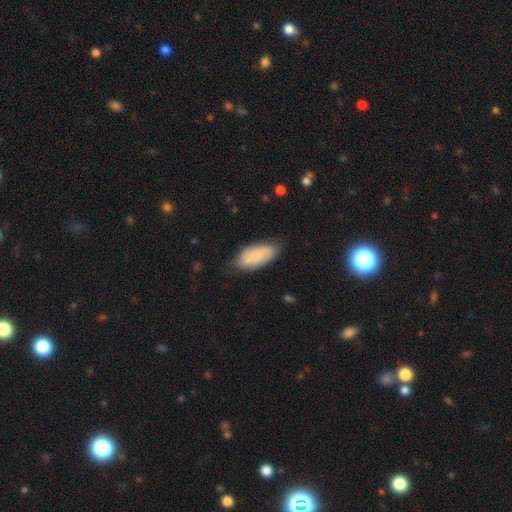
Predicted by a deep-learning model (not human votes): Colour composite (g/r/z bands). It shows a smooth galaxy with no disk features (68%) that is in between round and cigar-shaped (90%). Merging: none (74%).